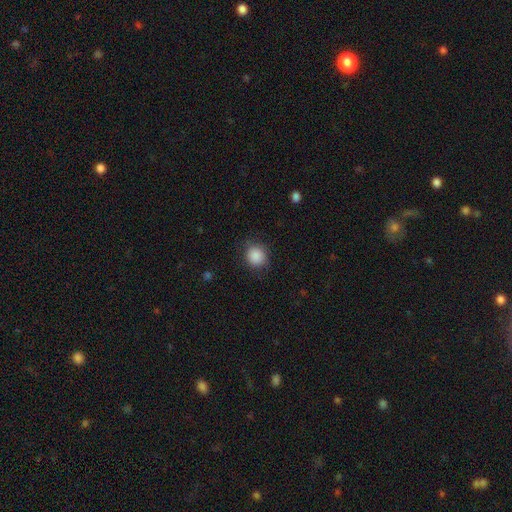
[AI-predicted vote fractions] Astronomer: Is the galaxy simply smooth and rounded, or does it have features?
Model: smooth — 88%.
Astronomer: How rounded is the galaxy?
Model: round — 86%.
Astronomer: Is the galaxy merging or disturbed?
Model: none — 83%.